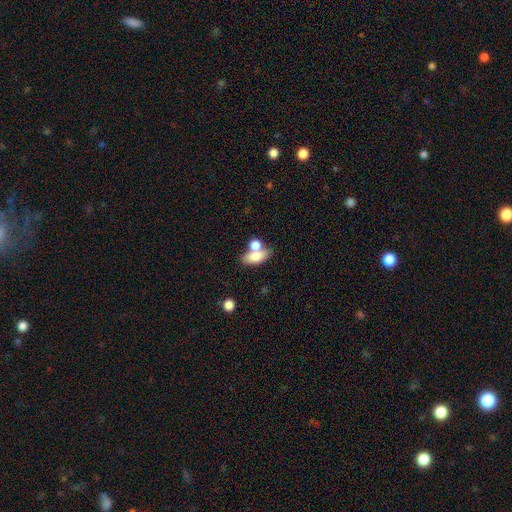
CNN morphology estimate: This appears to be a smooth galaxy with no disk features (73%) that is in between round and cigar-shaped (81%). Merging: merger (43%).